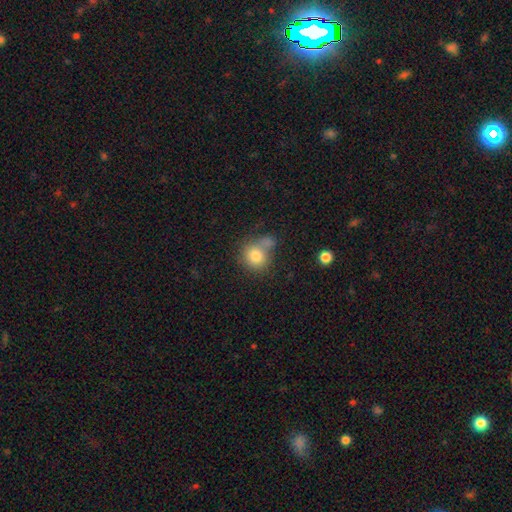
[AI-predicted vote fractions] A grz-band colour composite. It shows a smooth galaxy with no disk features (80%) that is round (82%). Merging: none (47%).